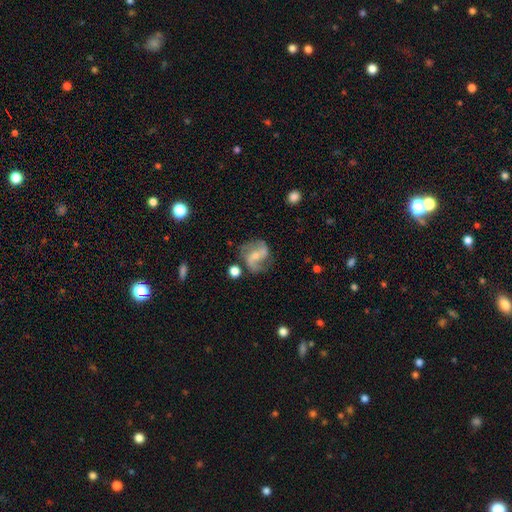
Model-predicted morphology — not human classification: Smooth or featured: featured or disk — 81% (smooth — 12%)
Edge-on disk: no — 97% (yes — 3%)
Bar: weak — 42% (no — 36%)
Spiral arms: yes — 94% (no — 6%)
Spiral winding: medium — 45% (loose — 41%)
Spiral arm count: 2 — 87% (can't tell — 5%)
Bulge size: small — 55% (moderate — 37%)
Merging: none — 66% (minor disturbance — 19%)